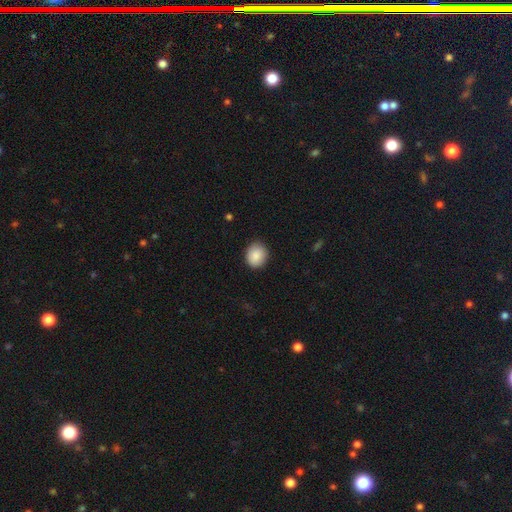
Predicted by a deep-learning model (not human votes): Smooth or featured? Predicted: smooth (p=0.88). How rounded? Predicted: round (p=0.68). Merging? Predicted: none (p=0.86).